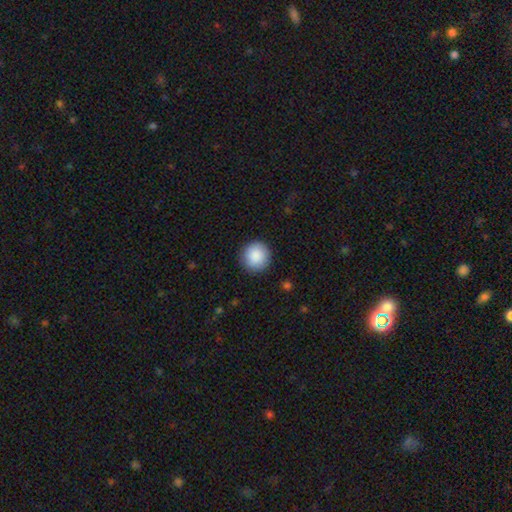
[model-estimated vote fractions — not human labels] smooth_or_featured: smooth (p=0.89) [alt: star or artifact p=0.07]
how_rounded: round (p=0.94) [alt: in between p=0.05]
merging: none (p=0.90) [alt: minor disturbance p=0.07]